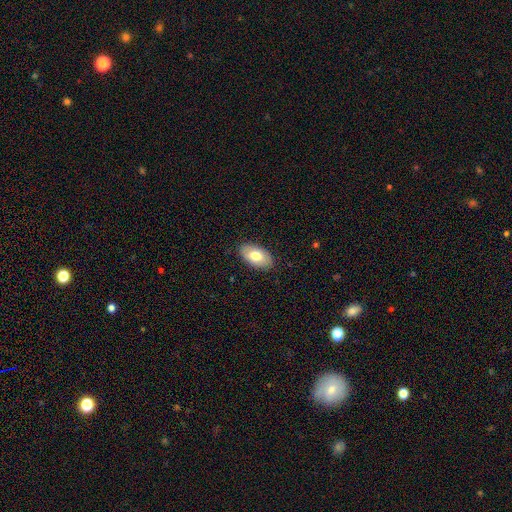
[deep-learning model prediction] smooth 75%, featured or disk 19%, star or artifact 6%. Down the decision tree: how rounded — in between (95%); merging — none (87%).